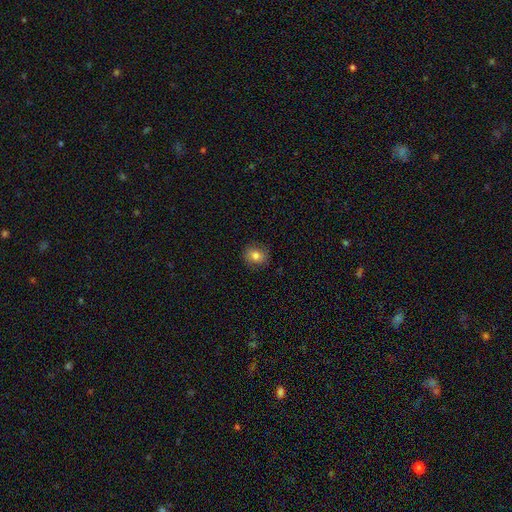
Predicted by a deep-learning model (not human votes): smooth-or-featured: smooth: 79% | star or artifact: 11% | featured or disk: 10%
  how-rounded: round: 75% | in between: 24% | cigar-shaped: 1%
  merging: none: 86% | minor disturbance: 10% | major disturbance: 3% | merger: 1%